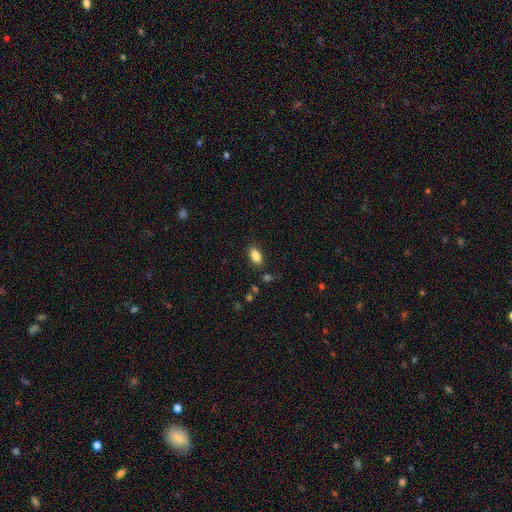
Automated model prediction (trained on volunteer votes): smooth-or-featured: smooth: 87% | star or artifact: 8% | featured or disk: 5%
  how-rounded: in between: 90% | cigar-shaped: 5% | round: 4%
  merging: none: 86% | minor disturbance: 10% | major disturbance: 3% | merger: 2%